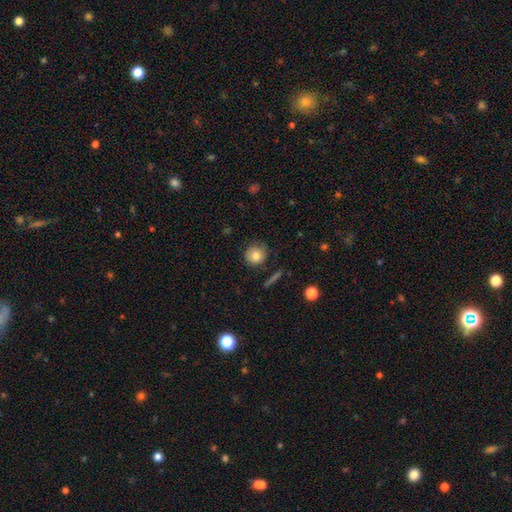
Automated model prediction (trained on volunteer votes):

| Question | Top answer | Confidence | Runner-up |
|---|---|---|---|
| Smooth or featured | smooth | 79% | featured or disk (11%) |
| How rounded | round | 90% | in between (9%) |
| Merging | none | 80% | minor disturbance (15%) |